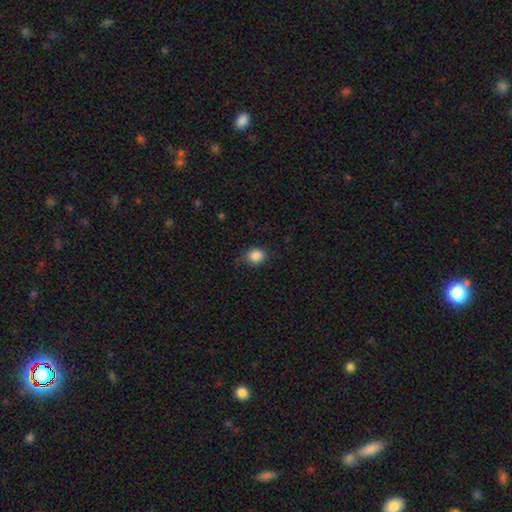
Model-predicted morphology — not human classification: Overall: smooth (86%). How rounded: round (69%; in between 30%). Merging: none (70%).